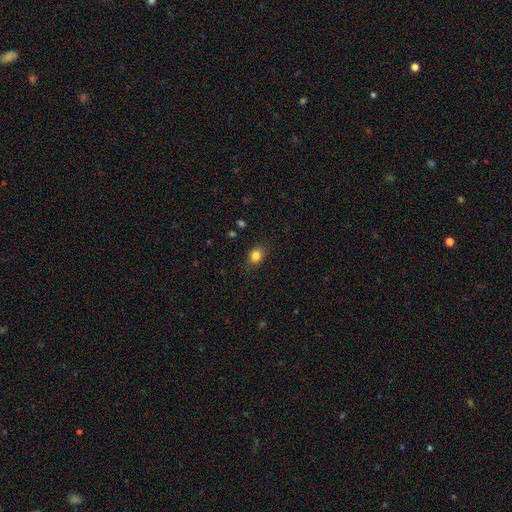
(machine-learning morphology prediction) Smooth or featured: smooth — 83% (star or artifact — 10%)
How rounded: in between — 63% (round — 36%)
Merging: none — 85% (minor disturbance — 12%)